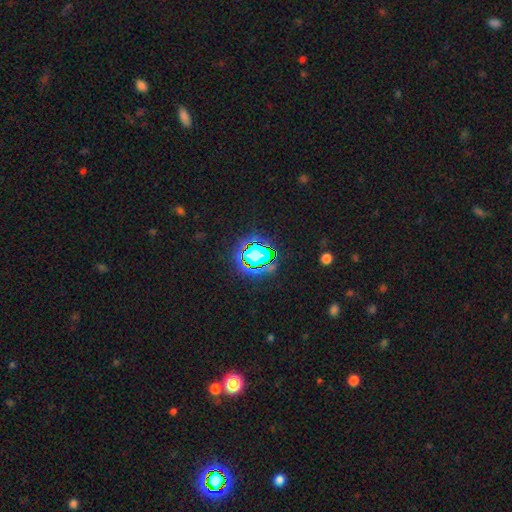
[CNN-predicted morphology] Smooth or featured?
  - star or artifact: 72% *
  - smooth: 18%
  - featured or disk: 10%